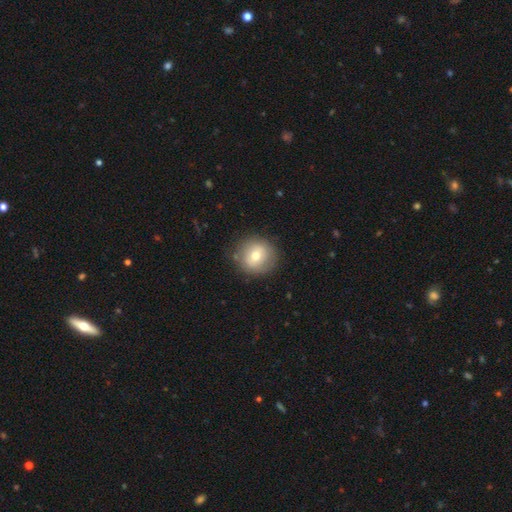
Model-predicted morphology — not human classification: type=smooth (69%); roundness=round (92%); merging=none (84%).